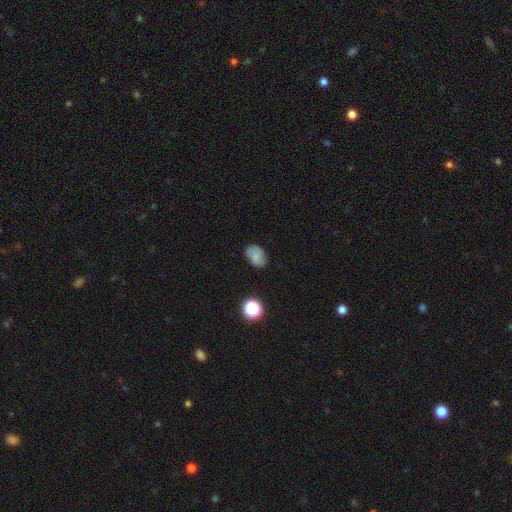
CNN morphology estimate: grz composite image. It shows a smooth galaxy with no disk features (74%) that is in between round and cigar-shaped (78%). Merging: none (75%).